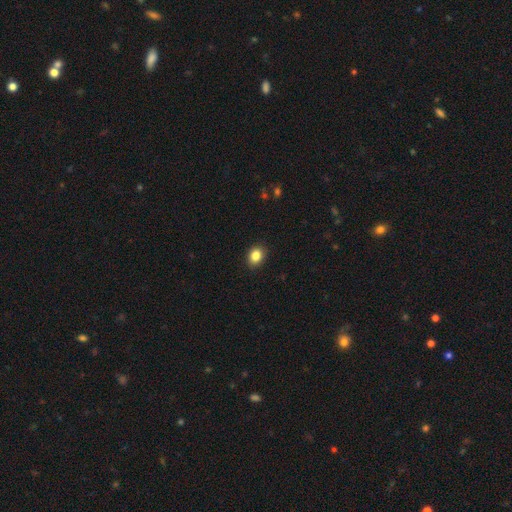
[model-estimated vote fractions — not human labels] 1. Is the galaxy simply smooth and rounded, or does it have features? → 85% smooth, 10% star or artifact, 5% featured or disk.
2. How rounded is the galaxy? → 53% round, 46% in between, 1% cigar-shaped.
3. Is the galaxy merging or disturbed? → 90% none, 7% minor disturbance, 2% major disturbance, 1% merger.